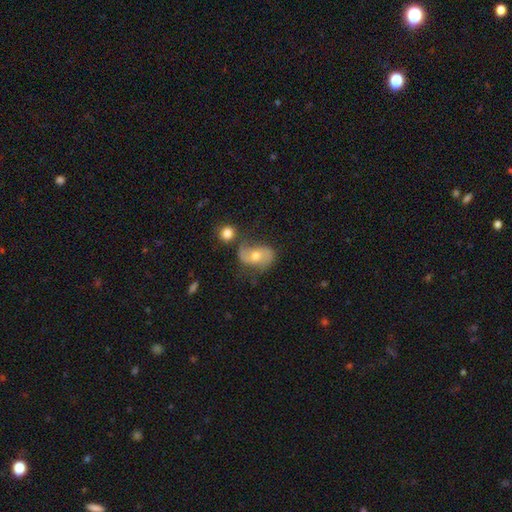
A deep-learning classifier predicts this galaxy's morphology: type=featured or disk (65%); edge-on=no (96%); bar=no (60%); spiral arms=yes (85%); winding=loose (54%); arm count=2 (88%); bulge=moderate (70%); merging=none (58%).